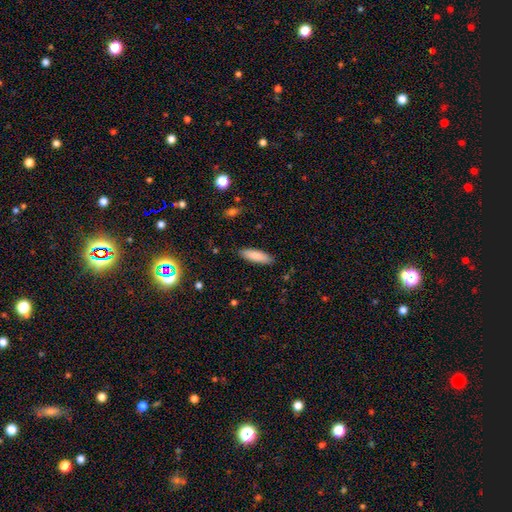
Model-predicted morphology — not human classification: Overall: smooth (85%). How rounded: cigar-shaped (52%; in between 46%). Merging: none (88%).